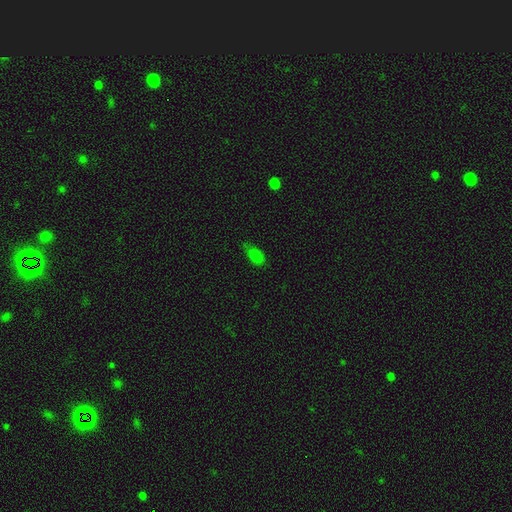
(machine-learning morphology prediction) smooth-or-featured: smooth: 80% | star or artifact: 15% | featured or disk: 5%
  how-rounded: in between: 89% | cigar-shaped: 6% | round: 4%
  merging: none: 62% | minor disturbance: 29% | major disturbance: 7% | merger: 2%